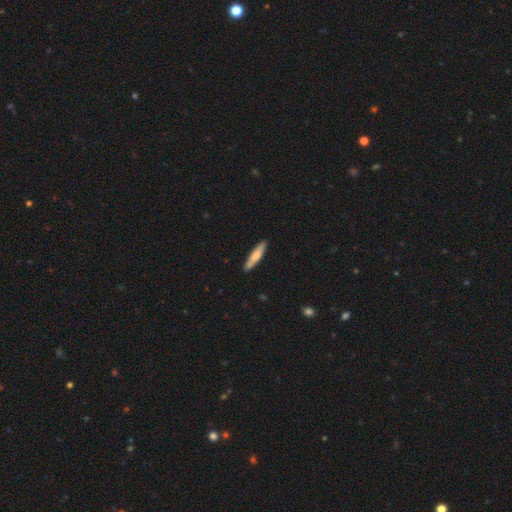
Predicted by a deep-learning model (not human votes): Q: Smooth or featured?
A: smooth (65%); runner-up: featured or disk (30%)
Q: How rounded?
A: cigar-shaped (86%); runner-up: in between (13%)
Q: Merging?
A: none (88%); runner-up: minor disturbance (9%)